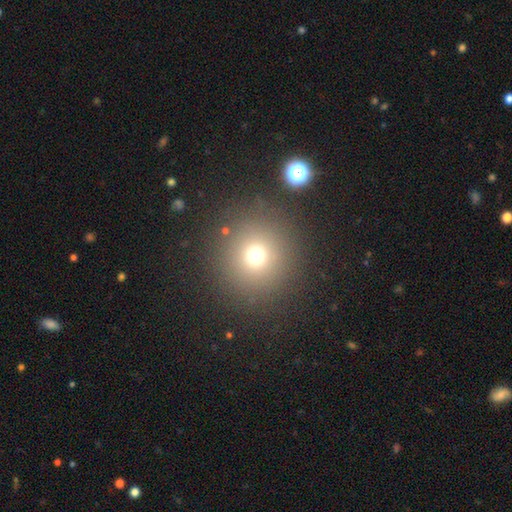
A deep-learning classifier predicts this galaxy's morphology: smooth-or-featured: smooth: 71% | star or artifact: 20% | featured or disk: 9%
  how-rounded: round: 93% | in between: 6% | cigar-shaped: 1%
  merging: none: 86% | minor disturbance: 7% | major disturbance: 4% | merger: 3%